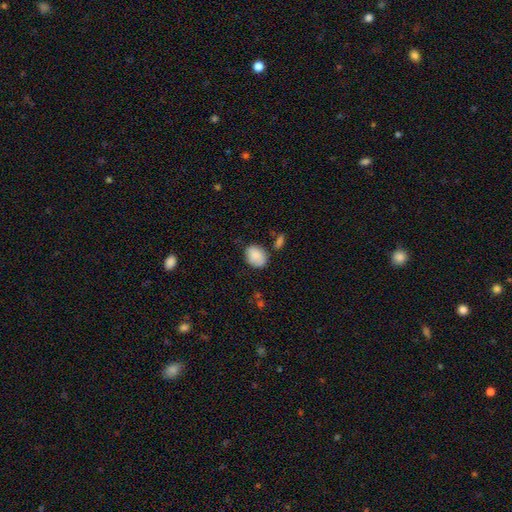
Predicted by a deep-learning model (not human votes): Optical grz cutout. It shows a smooth galaxy with no disk features (87%) that is in between round and cigar-shaped (68%). Merging: none (68%).